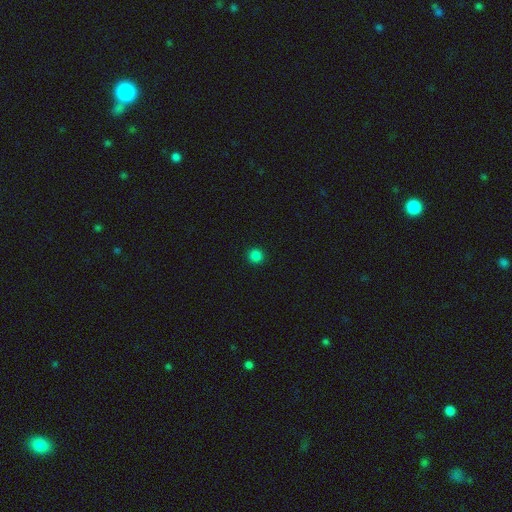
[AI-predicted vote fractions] A smooth galaxy with no disk features (84%) that is round (94%).

Vote fractions:
- Smooth or featured? smooth: 84% / star or artifact: 13% / featured or disk: 2%
- How rounded? round: 94% / in between: 5% / cigar-shaped: 1%
- Merging? none: 93% / minor disturbance: 4% / major disturbance: 2% / merger: 1%